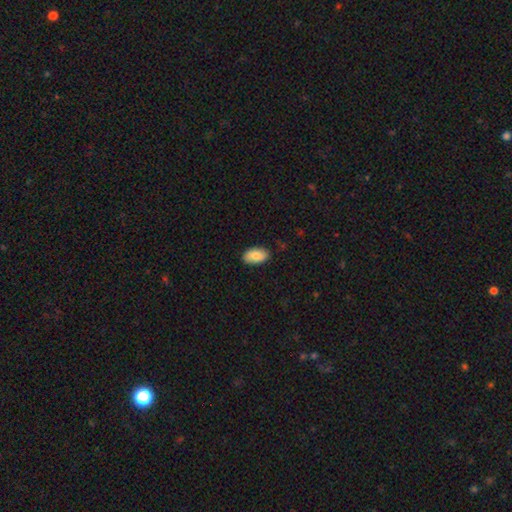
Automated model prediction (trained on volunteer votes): A smooth galaxy with no disk features (83%) that is in between round and cigar-shaped (94%). Merging: none (85%).